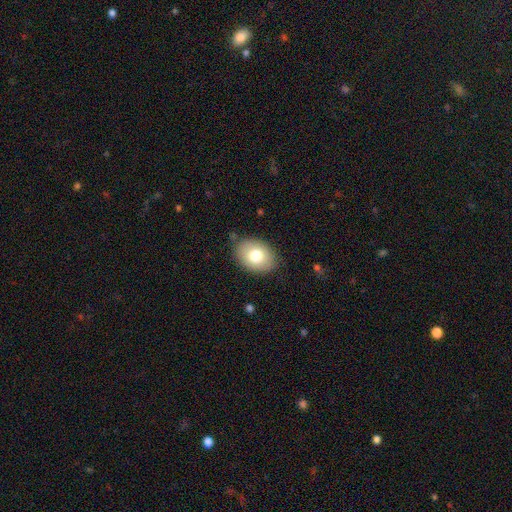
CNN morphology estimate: This is likely a smooth galaxy (77%). How rounded: likely in between (76%). Merging: clearly none (83%).